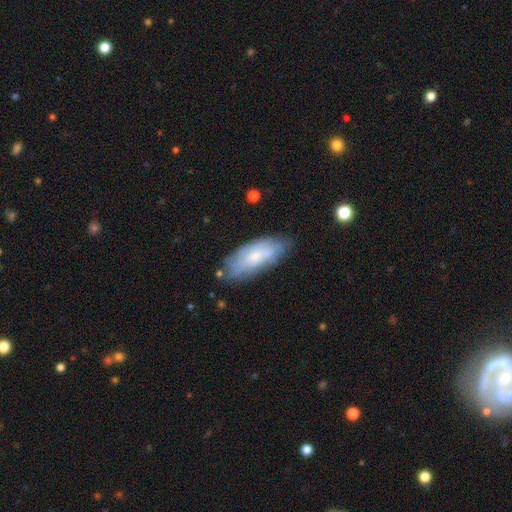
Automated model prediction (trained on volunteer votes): Smooth or featured?
  - smooth: 60% *
  - featured or disk: 32%
  - star or artifact: 7%
How rounded?
  - in between: 81% *
  - cigar-shaped: 17%
  - round: 2%
Merging?
  - none: 68% *
  - minor disturbance: 24%
  - major disturbance: 6%
  - merger: 3%